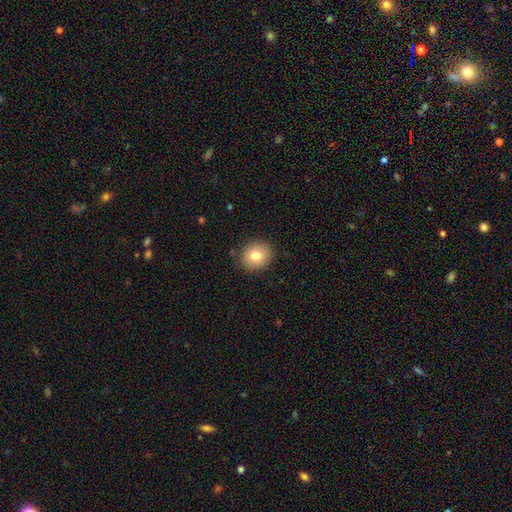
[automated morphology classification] Smooth or featured: smooth — 80% (featured or disk — 11%)
How rounded: round — 79% (in between — 20%)
Merging: none — 89% (minor disturbance — 8%)